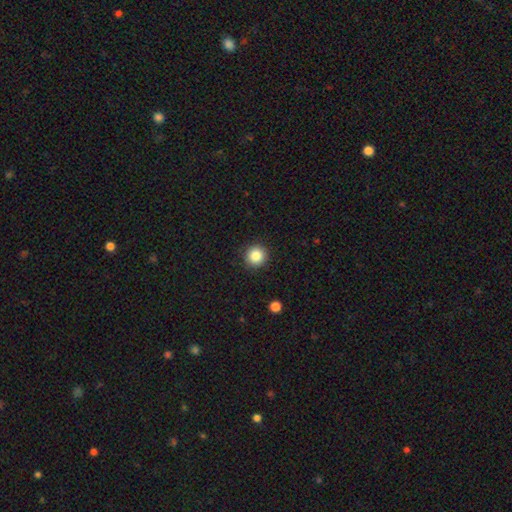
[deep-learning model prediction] Q: Smooth or featured?
A: smooth (86%); runner-up: star or artifact (10%)
Q: How rounded?
A: round (95%); runner-up: in between (4%)
Q: Merging?
A: none (92%); runner-up: minor disturbance (5%)